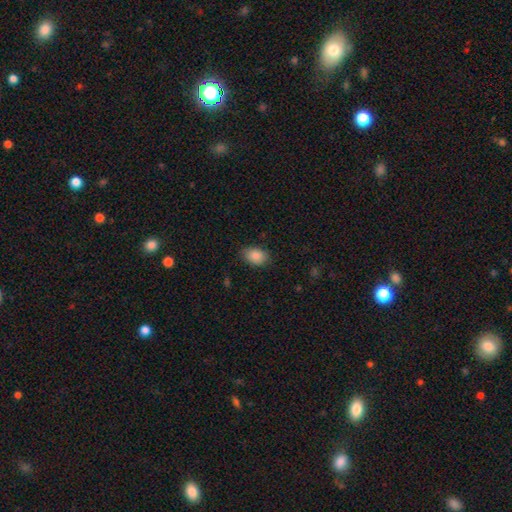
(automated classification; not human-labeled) Morphology: type=smooth (88%); roundness=in between (81%); merging=none (82%).